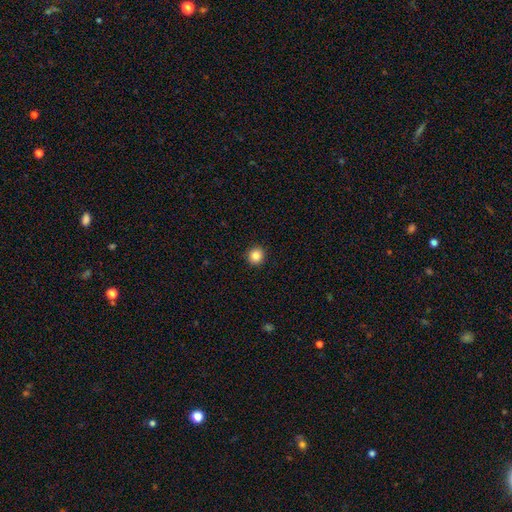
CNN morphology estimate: This is clearly a smooth galaxy (86%). How rounded: clearly round (92%). Merging: clearly none (92%).